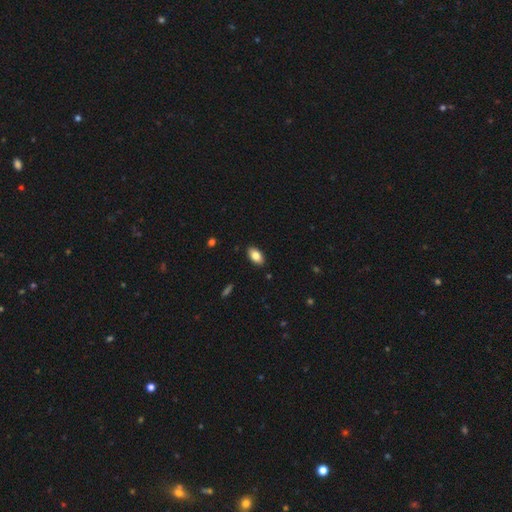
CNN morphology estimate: A smooth galaxy with no disk features (82%) that is in between round and cigar-shaped (93%).

Vote fractions:
- Smooth or featured? smooth: 82% / featured or disk: 10% / star or artifact: 7%
- How rounded? in between: 93% / round: 4% / cigar-shaped: 3%
- Merging? none: 89% / minor disturbance: 8% / major disturbance: 2% / merger: 1%